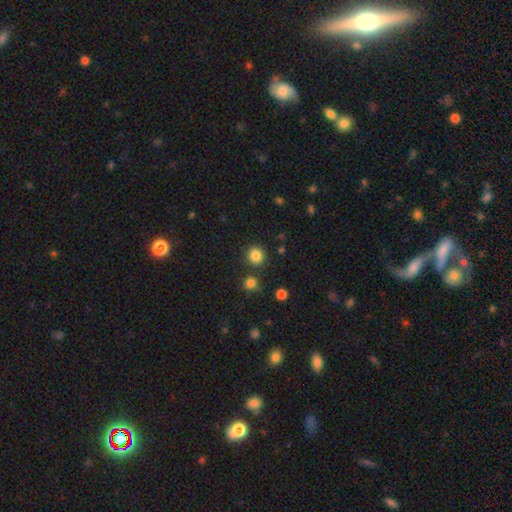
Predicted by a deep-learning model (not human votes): The model was most divided on "smooth or featured": smooth: 84%, star or artifact: 12%, featured or disk: 4%. More confident: how rounded — round (90%); merging — none (85%).